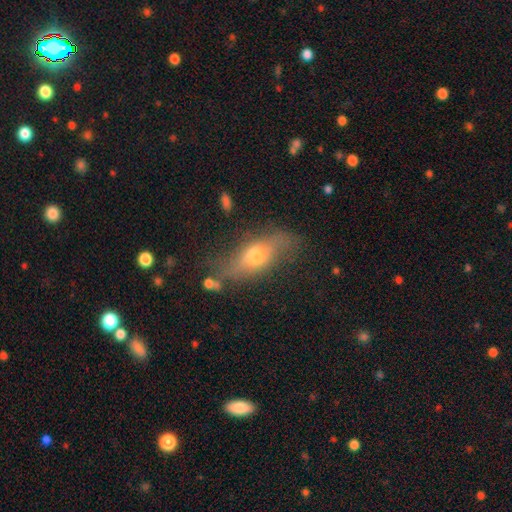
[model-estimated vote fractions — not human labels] Overall: featured or disk (49%; smooth 42%). Merging: none (58%; minor disturbance 24%).